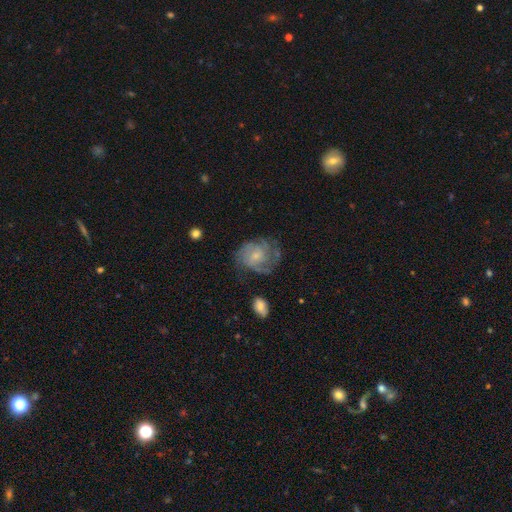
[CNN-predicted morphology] Q: Smooth or featured?
A: featured or disk (70%); runner-up: smooth (23%)
Q: Edge-on disk?
A: no (98%); runner-up: yes (2%)
Q: Bar?
A: no (67%); runner-up: weak (30%)
Q: Spiral arms?
A: yes (86%); runner-up: no (14%)
Q: Spiral winding?
A: tight (44%); runner-up: medium (40%)
Q: Spiral arm count?
A: can't tell (39%); runner-up: 2 (23%)
Q: Bulge size?
A: small (67%); runner-up: moderate (24%)
Q: Merging?
A: none (55%); runner-up: minor disturbance (24%)